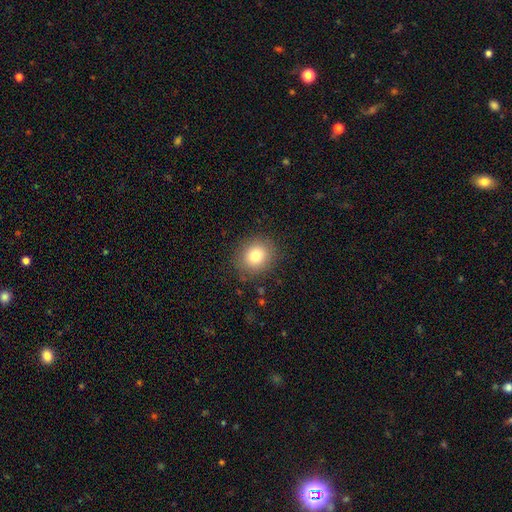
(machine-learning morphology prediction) Overall: smooth (80%). How rounded: round (77%). Merging: none (87%).